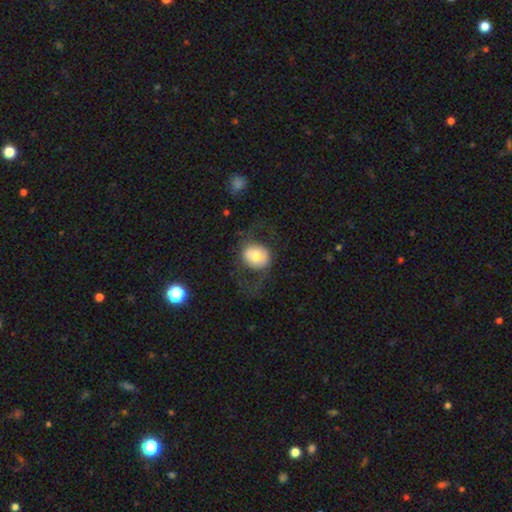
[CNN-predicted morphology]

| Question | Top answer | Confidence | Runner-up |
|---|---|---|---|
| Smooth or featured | smooth | 59% | featured or disk (34%) |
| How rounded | round | 63% | in between (36%) |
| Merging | none | 59% | major disturbance (23%) |